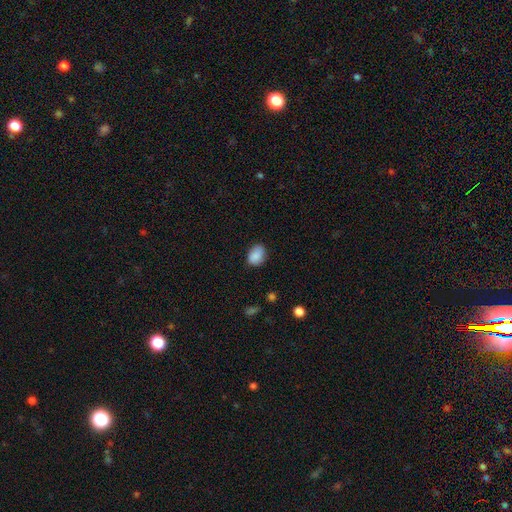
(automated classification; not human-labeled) smooth_or_featured: smooth (p=0.85) [alt: star or artifact p=0.08]
how_rounded: in between (p=0.72) [alt: round p=0.27]
merging: none (p=0.76) [alt: minor disturbance p=0.19]